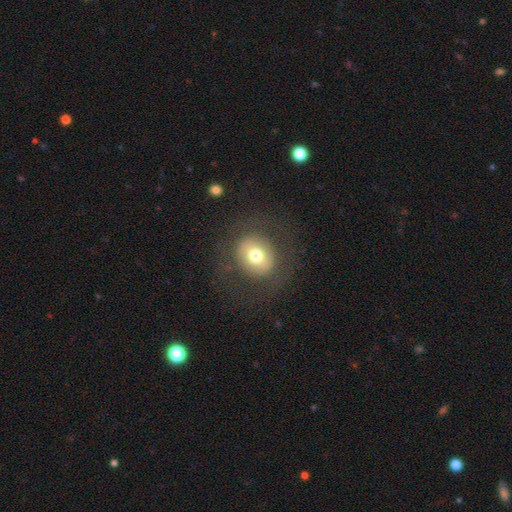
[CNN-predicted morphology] Smooth or featured? Predicted: smooth (p=0.65). How rounded? Predicted: round (p=0.74). Merging? Predicted: none (p=0.79).